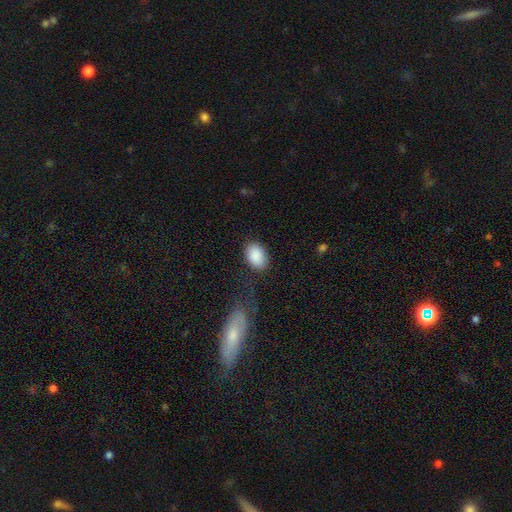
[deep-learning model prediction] Smooth or featured? Predicted: smooth (p=0.89). How rounded? Predicted: in between (p=0.85). Merging? Predicted: none (p=0.78).